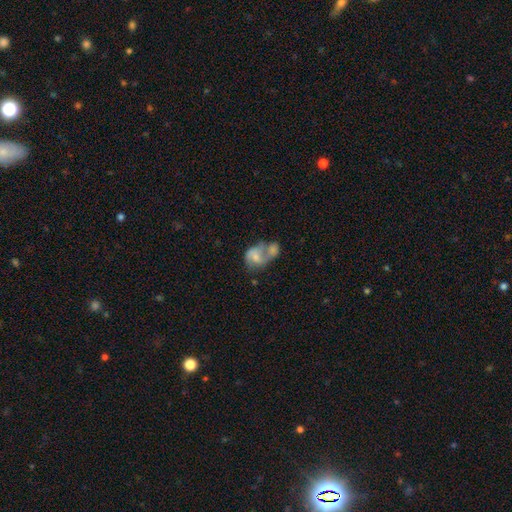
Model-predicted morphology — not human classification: Overall: smooth (47%; featured or disk 45%). Merging: merger (66%).